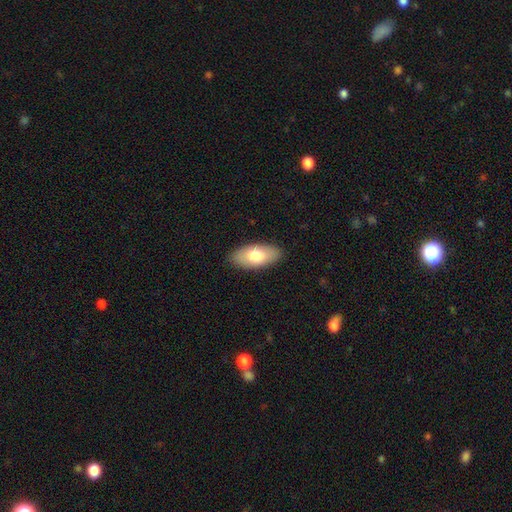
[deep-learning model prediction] A smooth galaxy with no disk features (74%) that is in between round and cigar-shaped (91%). Merging: none (87%).